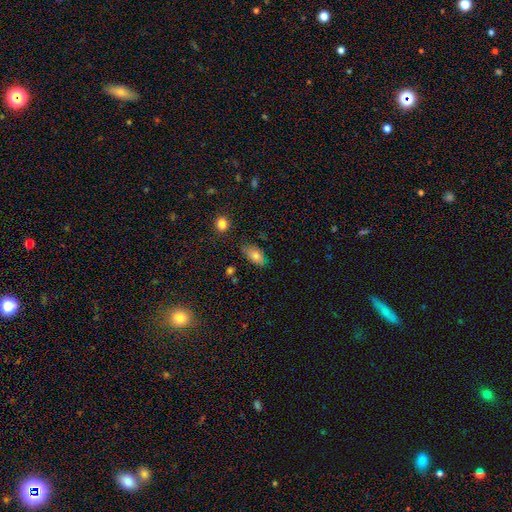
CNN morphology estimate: Smooth or featured? smooth (75%)
How rounded? in between (90%)
Merging? none (74%)